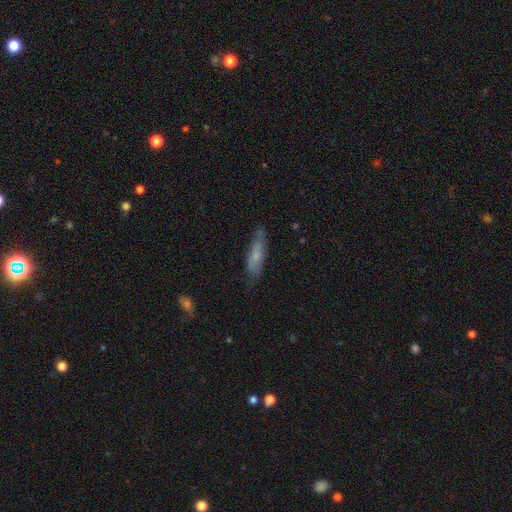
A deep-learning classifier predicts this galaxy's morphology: Q: Smooth or featured?
A: smooth (59%); runner-up: featured or disk (34%)
Q: How rounded?
A: cigar-shaped (60%); runner-up: in between (38%)
Q: Merging?
A: none (64%); runner-up: minor disturbance (27%)